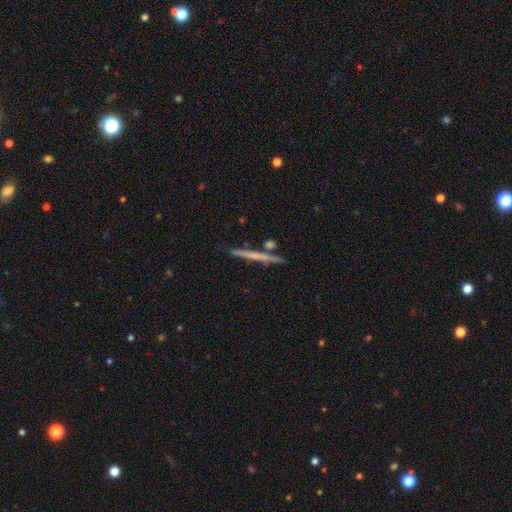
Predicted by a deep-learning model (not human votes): featured or disk 56%, smooth 38%, star or artifact 6%. Down the decision tree: edge-on disk — yes (97%); edge-on bulge — none (75%); merging — none (84%).